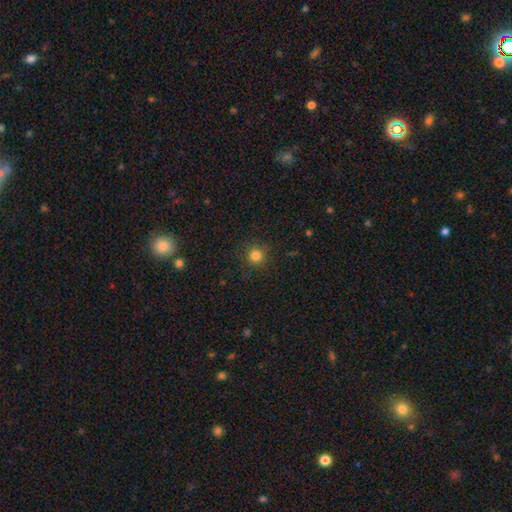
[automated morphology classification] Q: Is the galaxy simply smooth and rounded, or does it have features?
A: smooth — 82%.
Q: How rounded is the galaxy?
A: round — 94%.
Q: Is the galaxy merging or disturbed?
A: none — 89%.